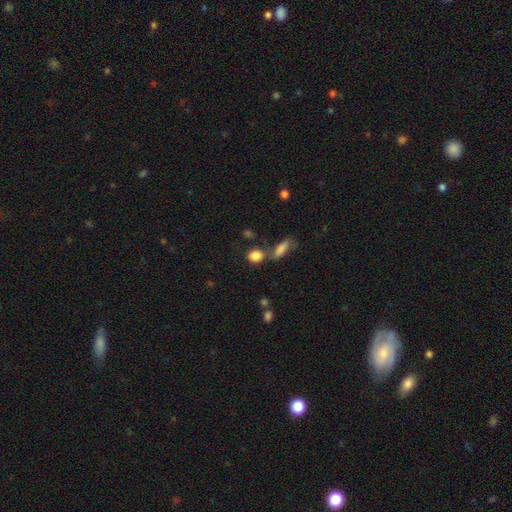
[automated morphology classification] Smooth or featured? smooth (85%)
How rounded? in between (51%)
Merging? none (54%)